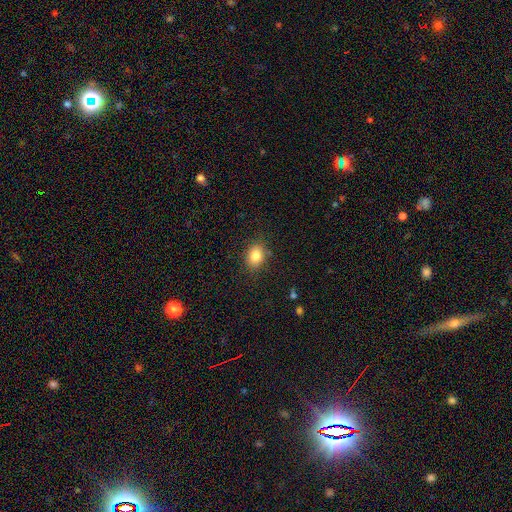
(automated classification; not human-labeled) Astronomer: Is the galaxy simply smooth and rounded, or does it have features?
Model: smooth — 84%.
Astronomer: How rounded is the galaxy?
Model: in between — 62% (runner-up: round, 37%).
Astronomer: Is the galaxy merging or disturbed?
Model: none — 83%.